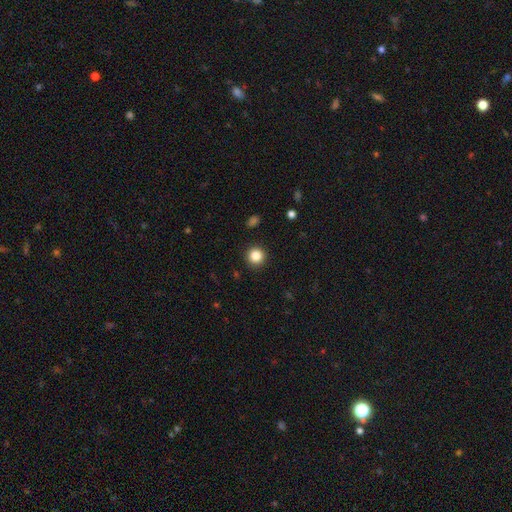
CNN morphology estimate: Smooth or featured: smooth — 85% (star or artifact — 11%)
How rounded: round — 95% (in between — 4%)
Merging: none — 92% (minor disturbance — 5%)